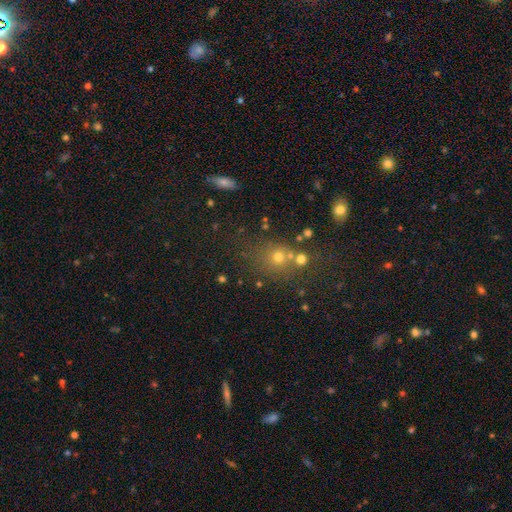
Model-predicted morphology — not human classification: Smooth or featured? Predicted: smooth (p=0.47). Merging? Predicted: none (p=0.61).